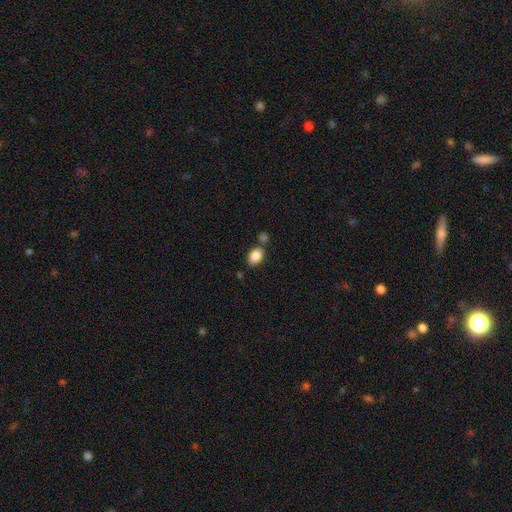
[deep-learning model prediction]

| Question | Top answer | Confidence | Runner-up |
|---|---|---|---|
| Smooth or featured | smooth | 86% | star or artifact (8%) |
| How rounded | in between | 83% | round (16%) |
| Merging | none | 68% | merger (17%) |